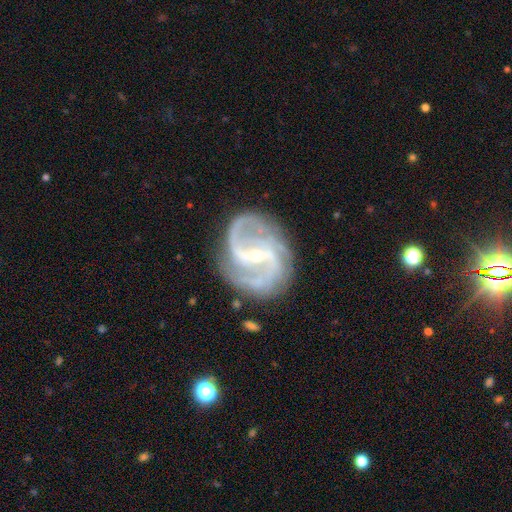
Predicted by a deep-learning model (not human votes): Smooth or featured? featured or disk (92%)
Edge-on disk? no (98%)
Bar? weak (42%)
Spiral arms? yes (98%)
Spiral winding? medium (53%)
Spiral arm count? 2 (67%)
Bulge size? small (76%)
Merging? none (74%)